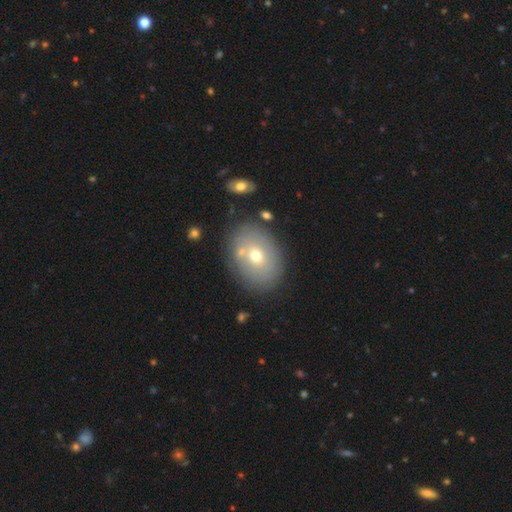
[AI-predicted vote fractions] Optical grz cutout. It shows a smooth galaxy with no disk features (61%) that is in between round and cigar-shaped (69%). Merging: none (76%).